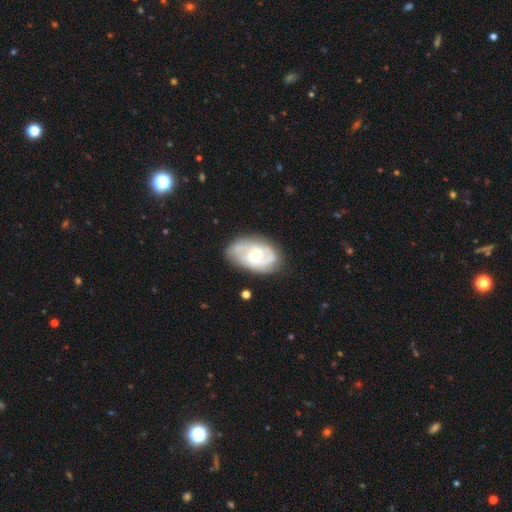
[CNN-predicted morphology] Overall: featured or disk (76%). Edge-on disk: no (96%). Bar: no (53%; weak 39%). Spiral arms: yes (91%). Spiral arm count: 2 (55%; can't tell 20%). Spiral winding: medium (44%; tight 40%). Bulge size: moderate (59%; small 33%). Merging: none (75%).